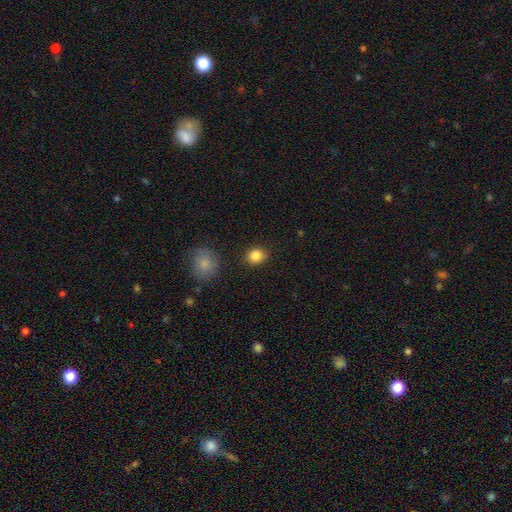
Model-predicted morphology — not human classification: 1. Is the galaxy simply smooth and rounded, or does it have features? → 85% smooth, 10% star or artifact, 5% featured or disk.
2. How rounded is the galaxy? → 69% round, 30% in between, 1% cigar-shaped.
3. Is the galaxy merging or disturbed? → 88% none, 8% minor disturbance, 2% major disturbance, 2% merger.